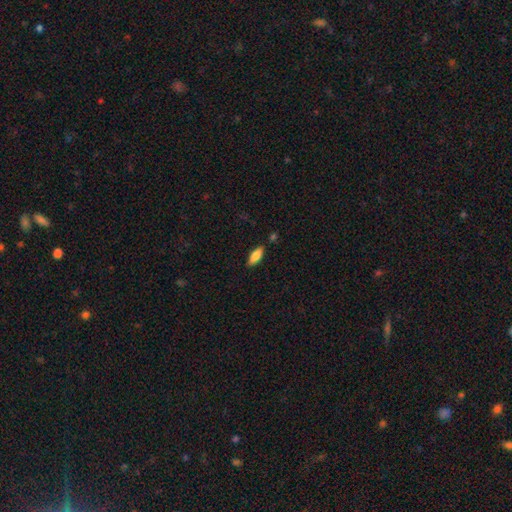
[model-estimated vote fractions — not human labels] smooth 81%, featured or disk 12%, star or artifact 7%. Down the decision tree: how rounded — in between (75%); merging — none (84%).